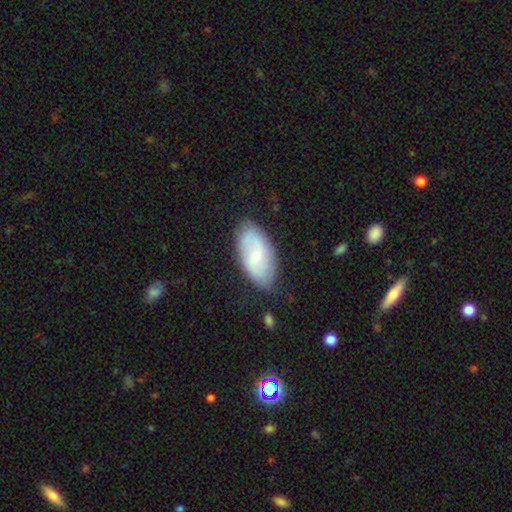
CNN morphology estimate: Overall: featured or disk (51%; smooth 43%). Edge-on disk: no (93%). Merging: none (78%).